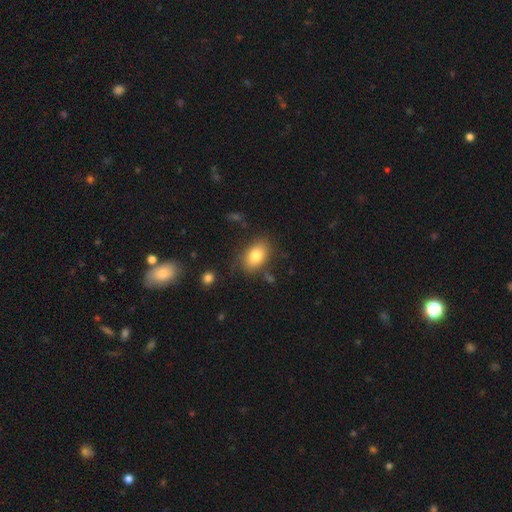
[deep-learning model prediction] The model was most divided on "merging": none: 76%, minor disturbance: 16%, major disturbance: 5%, merger: 3%. More confident: how rounded — in between (85%); smooth or featured — smooth (81%).